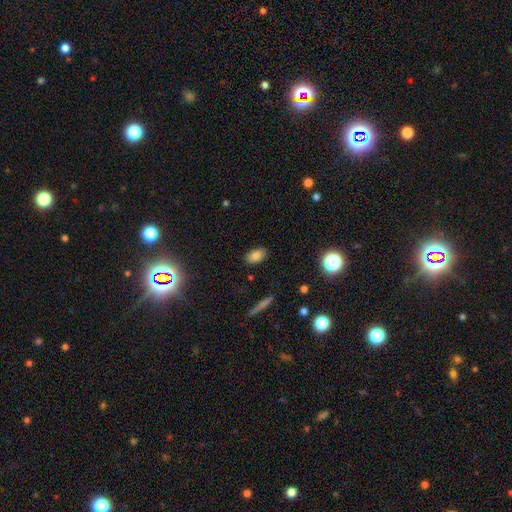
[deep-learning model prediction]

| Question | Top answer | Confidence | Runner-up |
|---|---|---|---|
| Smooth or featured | smooth | 80% | star or artifact (11%) |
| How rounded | in between | 91% | round (7%) |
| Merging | none | 87% | minor disturbance (10%) |